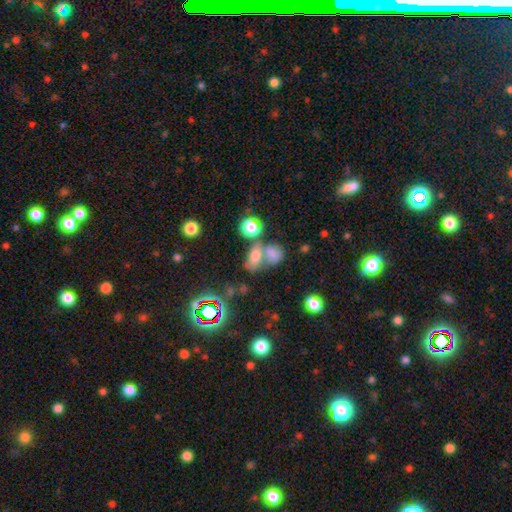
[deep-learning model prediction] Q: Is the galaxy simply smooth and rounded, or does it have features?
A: smooth — 64%.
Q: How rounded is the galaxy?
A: in between — 75%.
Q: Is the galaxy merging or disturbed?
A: merger — 48%.